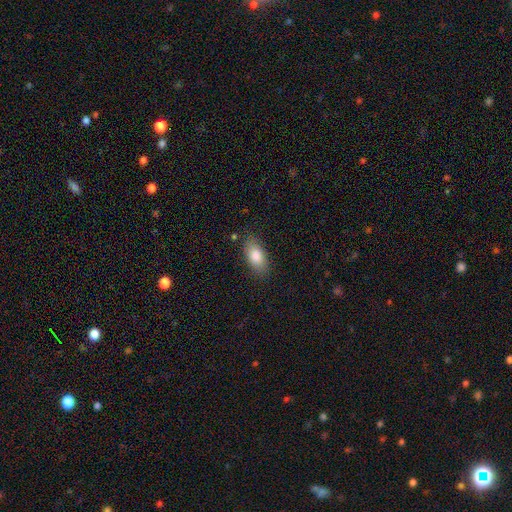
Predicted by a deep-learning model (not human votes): Smooth or featured? Predicted: smooth (p=0.82). How rounded? Predicted: in between (p=0.90). Merging? Predicted: none (p=0.83).